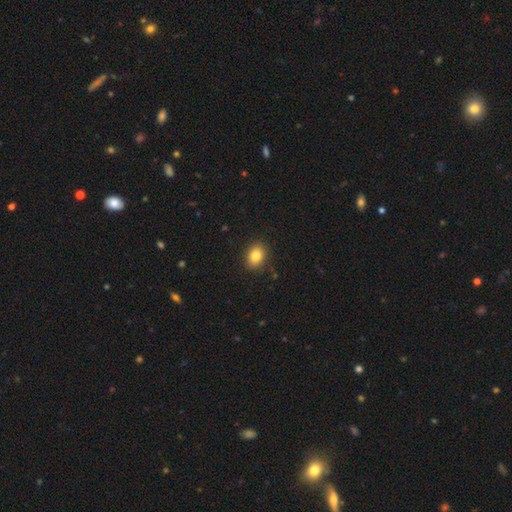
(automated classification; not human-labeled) Overall: smooth (83%). How rounded: in between (58%; round 41%). Merging: none (87%).